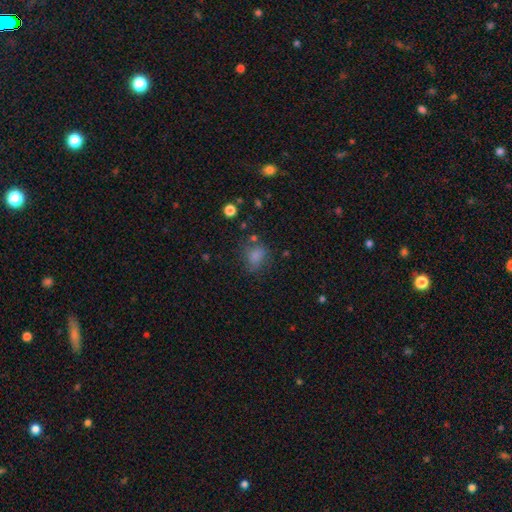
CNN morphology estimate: Q: Smooth or featured?
A: smooth (76%); runner-up: star or artifact (13%)
Q: How rounded?
A: in between (53%); runner-up: round (46%)
Q: Merging?
A: none (58%); runner-up: minor disturbance (23%)